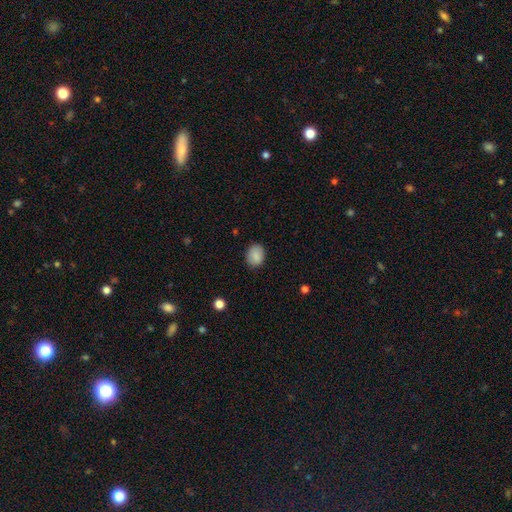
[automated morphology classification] This appears to be a smooth galaxy with no disk features (87%) that is round (51%). Merging: none (84%).